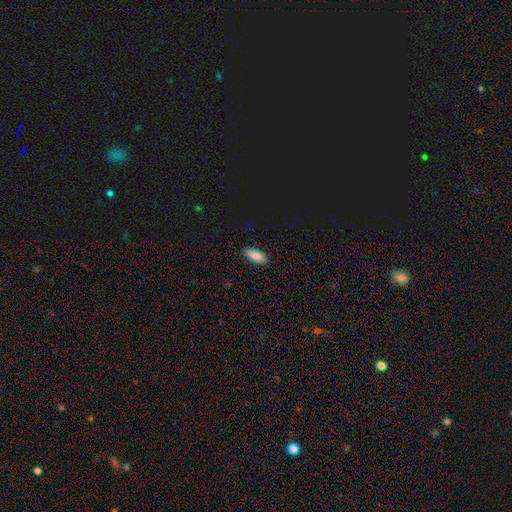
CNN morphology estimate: Q: Smooth or featured?
A: smooth (85%); runner-up: star or artifact (9%)
Q: How rounded?
A: in between (74%); runner-up: cigar-shaped (24%)
Q: Merging?
A: none (87%); runner-up: minor disturbance (10%)